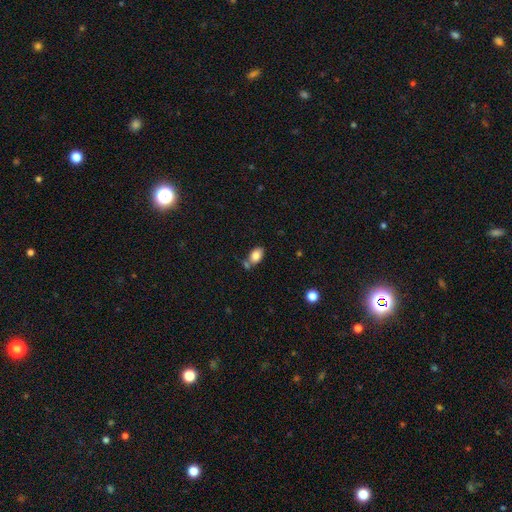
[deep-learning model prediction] The model was most divided on "merging": none: 56%, merger: 24%, minor disturbance: 15%, major disturbance: 5%. More confident: how rounded — in between (87%); smooth or featured — smooth (84%).